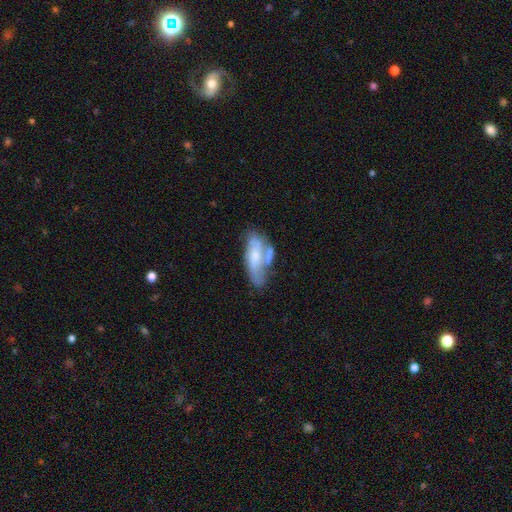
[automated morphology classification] featured or disk 50%, smooth 43%, star or artifact 7%. Down the decision tree: edge-on disk — no (84%); merging — none (33%).